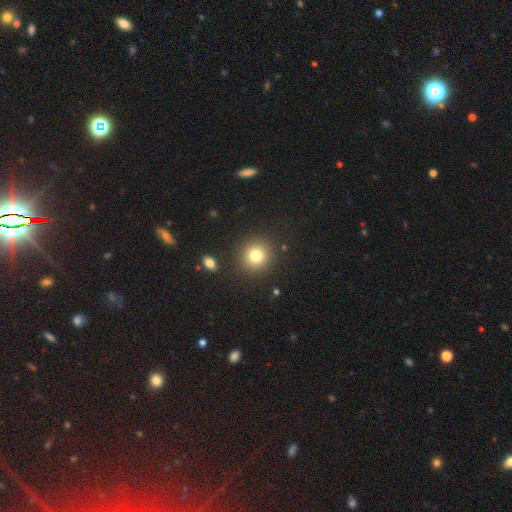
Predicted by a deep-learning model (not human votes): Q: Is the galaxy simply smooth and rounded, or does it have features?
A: smooth — 79%.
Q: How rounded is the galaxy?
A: round — 91%.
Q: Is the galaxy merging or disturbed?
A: none — 89%.